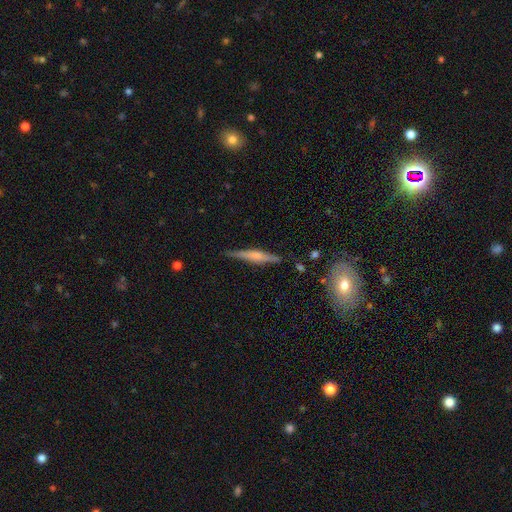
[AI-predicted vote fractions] Smooth or featured?
  - featured or disk: 65% *
  - smooth: 29%
  - star or artifact: 6%
Edge-on disk?
  - yes: 97% *
  - no: 3%
Edge-on bulge?
  - rounded: 69% *
  - boxy: 17%
  - none: 14%
Merging?
  - none: 85% *
  - minor disturbance: 11%
  - major disturbance: 2%
  - merger: 2%